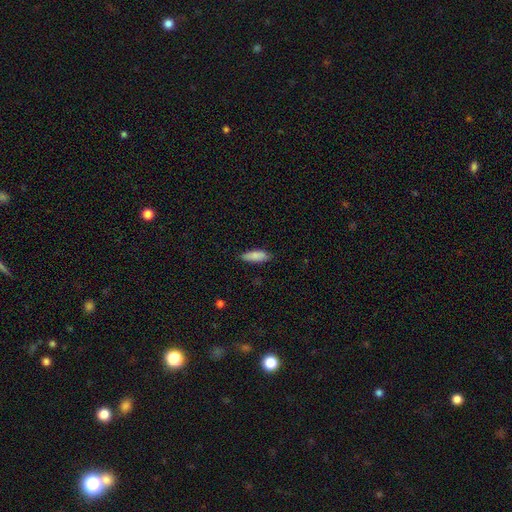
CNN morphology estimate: smooth 86%, featured or disk 7%, star or artifact 6%. Down the decision tree: how rounded — in between (60%); merging — none (82%).